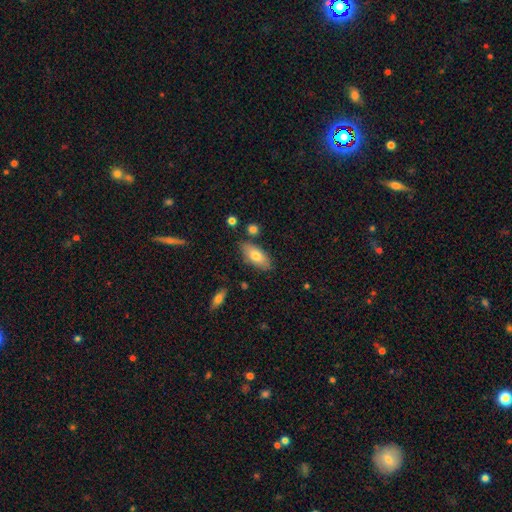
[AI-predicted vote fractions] This is likely a smooth galaxy (74%). How rounded: clearly in between (86%). Merging: likely none (77%).